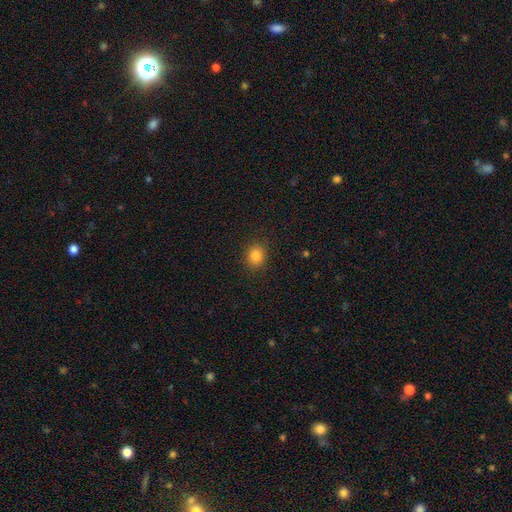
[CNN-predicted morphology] Smooth or featured? Predicted: smooth (p=0.84). How rounded? Predicted: round (p=0.70). Merging? Predicted: none (p=0.88).